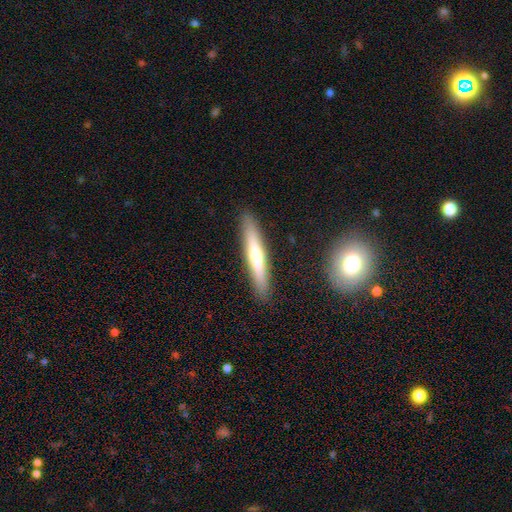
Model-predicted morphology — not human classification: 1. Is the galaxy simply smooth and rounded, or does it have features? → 55% smooth, 39% featured or disk, 6% star or artifact.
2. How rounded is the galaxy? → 93% cigar-shaped, 5% in between, 1% round.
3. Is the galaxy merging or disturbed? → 90% none, 7% minor disturbance, 2% merger, 1% major disturbance.